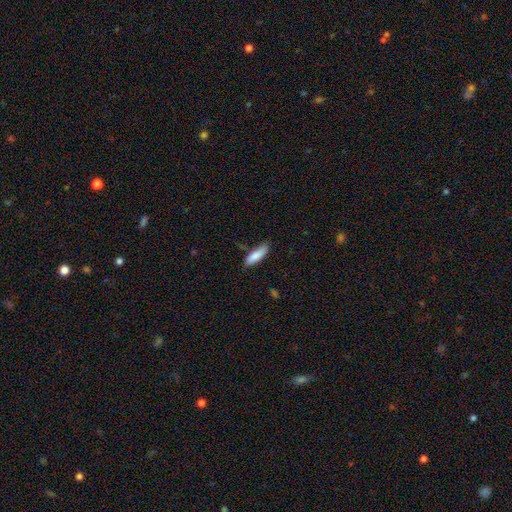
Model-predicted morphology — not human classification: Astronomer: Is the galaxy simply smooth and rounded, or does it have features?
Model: smooth — 83%.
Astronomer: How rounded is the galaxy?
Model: in between — 51% (runner-up: cigar-shaped, 47%).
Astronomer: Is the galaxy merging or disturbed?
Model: none — 72%.